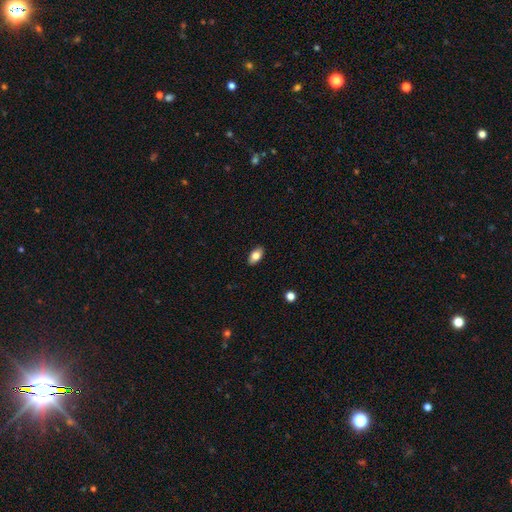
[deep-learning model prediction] Overall: smooth (79%). How rounded: in between (92%). Merging: none (89%).